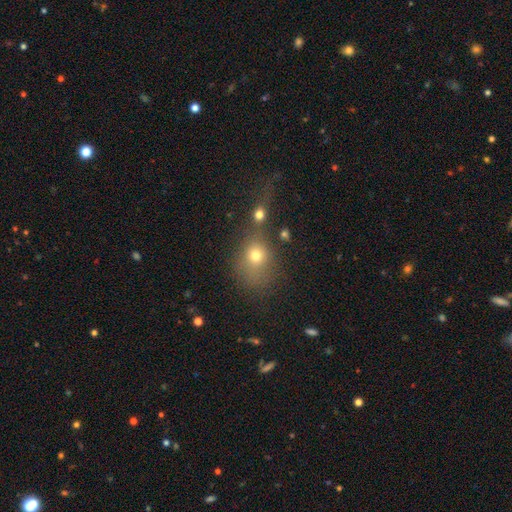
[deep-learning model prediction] smooth 71%, star or artifact 17%, featured or disk 13%. Down the decision tree: how rounded — round (62%); merging — none (38%).